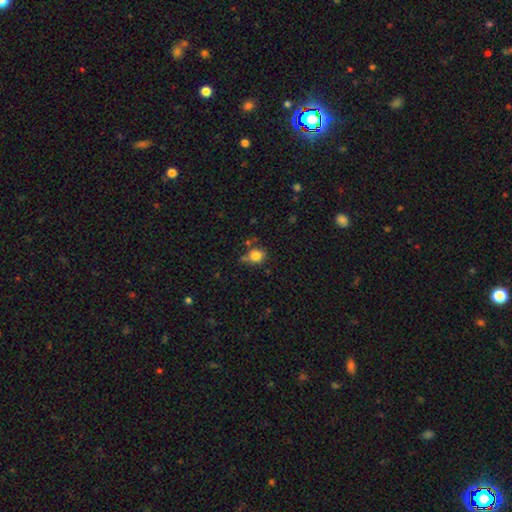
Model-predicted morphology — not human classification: smooth-or-featured: smooth: 81% | star or artifact: 12% | featured or disk: 7%
  how-rounded: round: 68% | in between: 31% | cigar-shaped: 1%
  merging: none: 55% | minor disturbance: 23% | merger: 15% | major disturbance: 7%